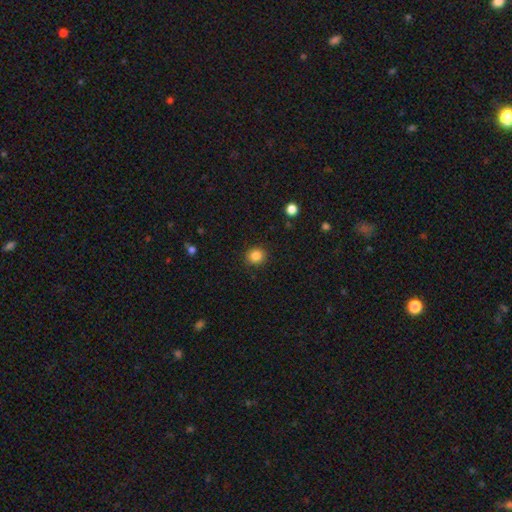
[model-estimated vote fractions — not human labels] smooth 85%, star or artifact 11%, featured or disk 4%. Down the decision tree: how rounded — round (85%); merging — none (89%).